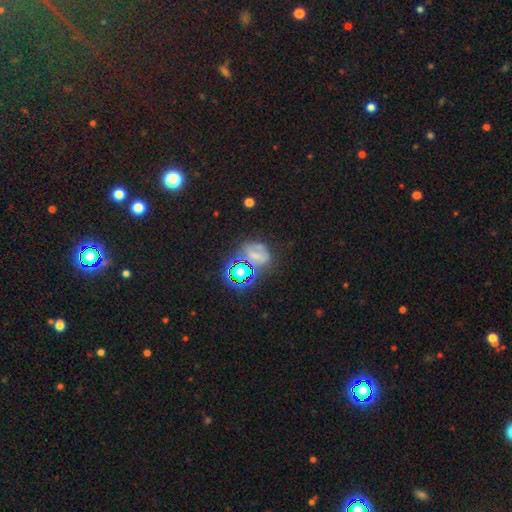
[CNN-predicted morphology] type=smooth (42%); merging=none (57%).